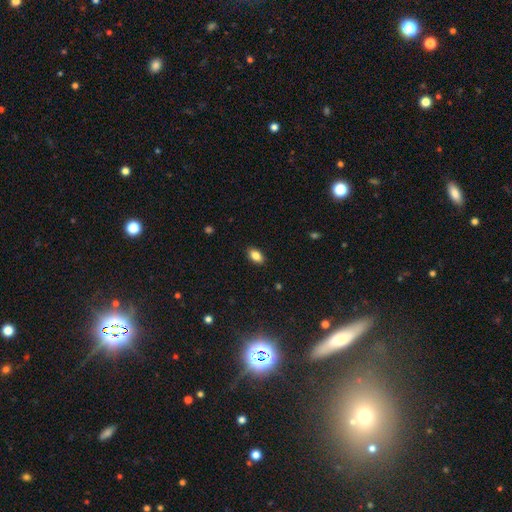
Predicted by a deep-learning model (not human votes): Smooth or featured: smooth — 86% (star or artifact — 8%)
How rounded: in between — 91% (round — 7%)
Merging: none — 89% (minor disturbance — 8%)